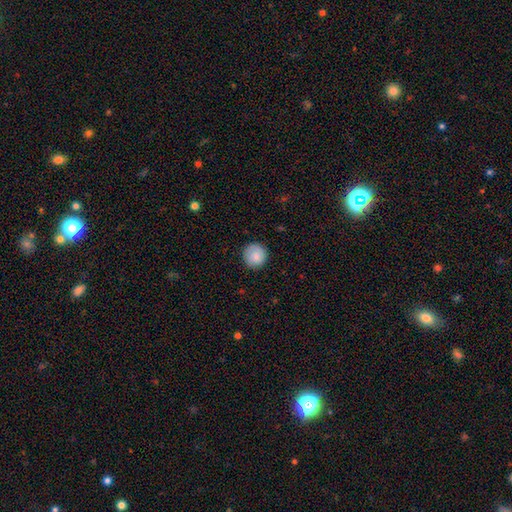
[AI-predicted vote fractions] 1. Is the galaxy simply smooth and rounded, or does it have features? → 83% smooth, 10% featured or disk, 7% star or artifact.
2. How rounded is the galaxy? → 93% round, 6% in between, 1% cigar-shaped.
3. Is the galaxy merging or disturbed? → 87% none, 10% minor disturbance, 2% major disturbance, 1% merger.